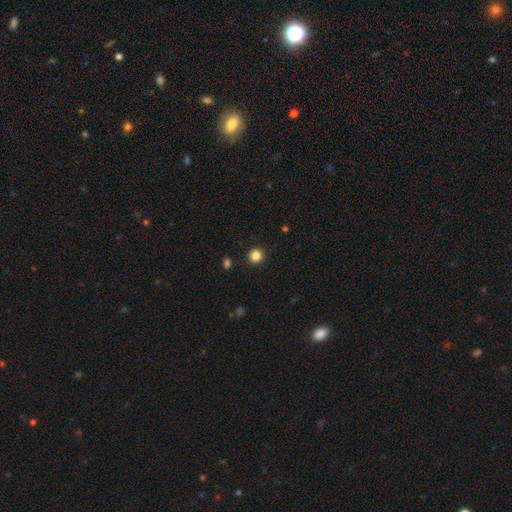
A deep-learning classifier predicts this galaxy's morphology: smooth-or-featured: smooth: 85% | star or artifact: 12% | featured or disk: 4%
  how-rounded: round: 93% | in between: 6% | cigar-shaped: 1%
  merging: none: 92% | minor disturbance: 5% | major disturbance: 2% | merger: 1%